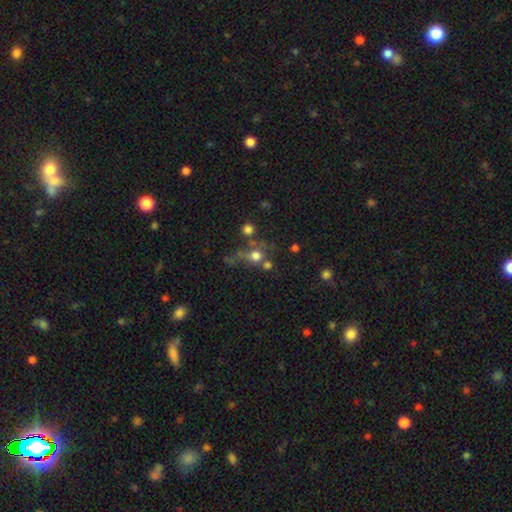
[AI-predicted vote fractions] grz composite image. It shows a smooth galaxy with no disk features (62%) that is round (84%). Merging: none (46%).